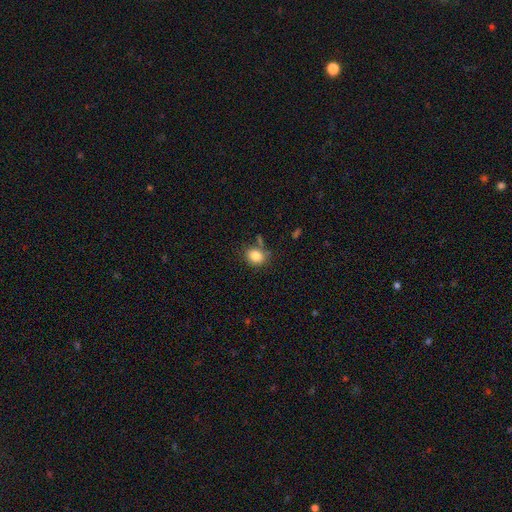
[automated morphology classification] This is clearly a smooth galaxy (84%). How rounded: possibly round (54%). Merging: likely none (69%).